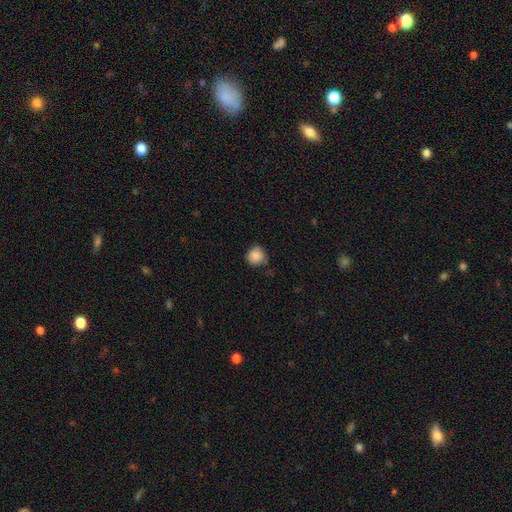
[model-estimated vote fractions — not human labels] Morphology: type=smooth (87%); roundness=round (91%); merging=none (74%).